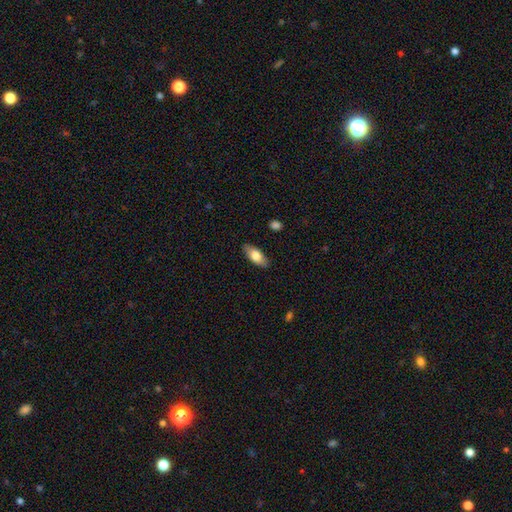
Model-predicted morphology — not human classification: Smooth or featured? Predicted: smooth (p=0.74). How rounded? Predicted: in between (p=0.84). Merging? Predicted: none (p=0.87).